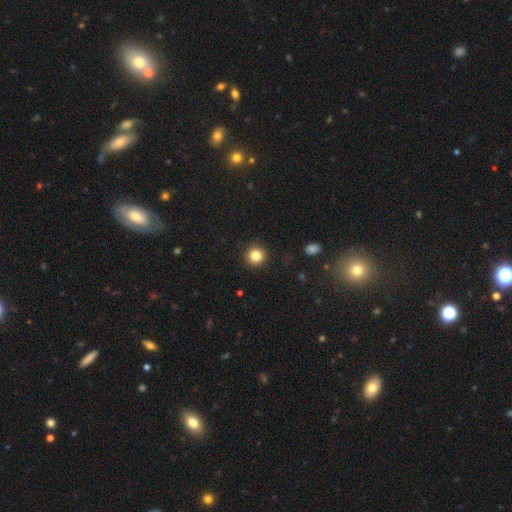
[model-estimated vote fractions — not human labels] Smooth or featured? Predicted: smooth (p=0.83). How rounded? Predicted: round (p=0.94). Merging? Predicted: none (p=0.92).